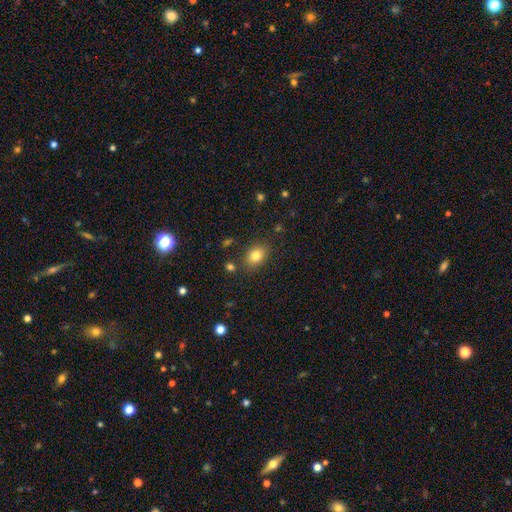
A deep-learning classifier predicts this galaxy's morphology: smooth_or_featured: smooth (p=0.82) [alt: star or artifact p=0.10]
how_rounded: in between (p=0.75) [alt: round p=0.24]
merging: none (p=0.82) [alt: minor disturbance p=0.12]